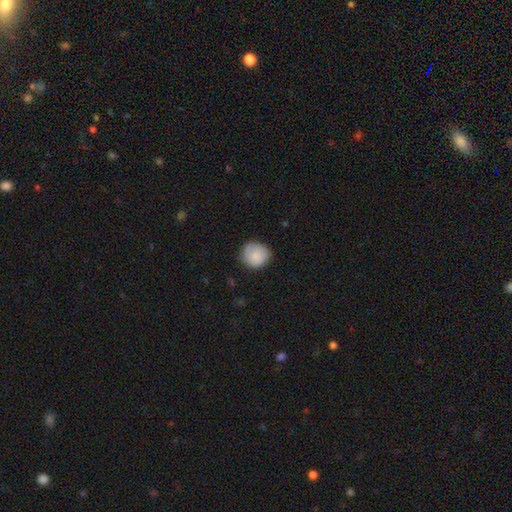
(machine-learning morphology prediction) Q: Smooth or featured?
A: smooth (84%); runner-up: featured or disk (10%)
Q: How rounded?
A: round (85%); runner-up: in between (14%)
Q: Merging?
A: none (77%); runner-up: minor disturbance (18%)